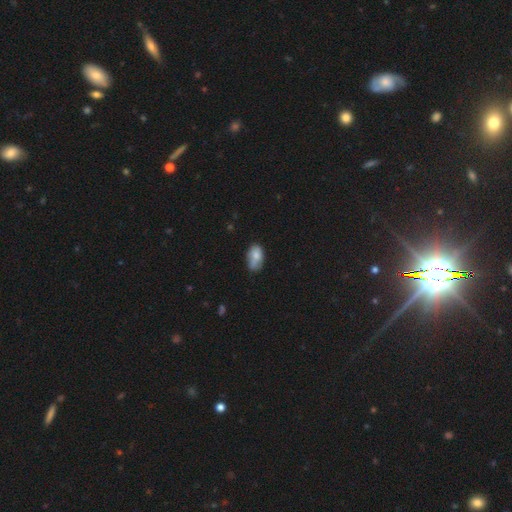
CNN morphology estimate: Overall: smooth (74%). How rounded: in between (89%). Merging: none (45%; minor disturbance 34%).